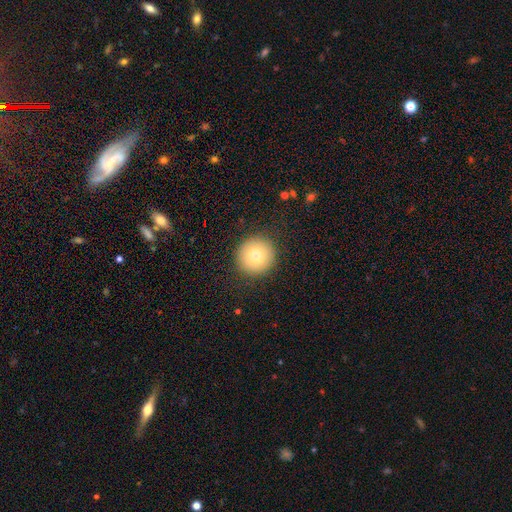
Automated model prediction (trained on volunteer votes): Smooth or featured?
  - smooth: 76% *
  - featured or disk: 14%
  - star or artifact: 11%
How rounded?
  - round: 95% *
  - in between: 4%
  - cigar-shaped: 1%
Merging?
  - none: 90% *
  - minor disturbance: 7%
  - major disturbance: 3%
  - merger: 1%